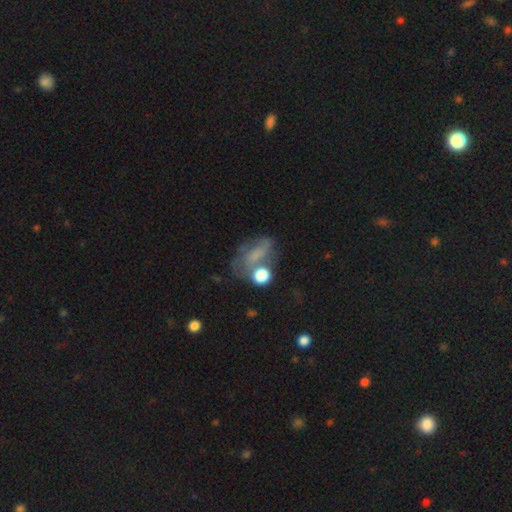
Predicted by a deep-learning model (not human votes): Smooth or featured? smooth (47%)
Merging? none (38%)